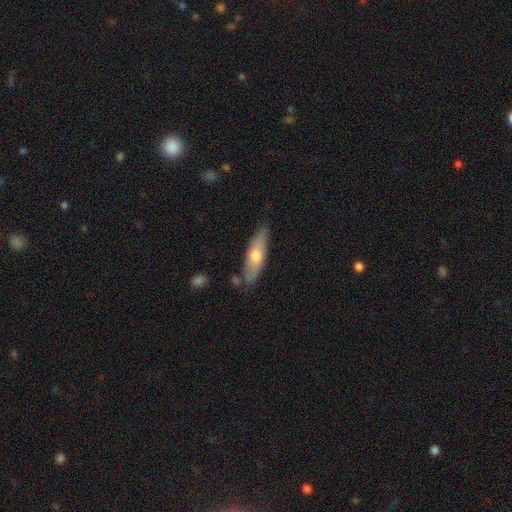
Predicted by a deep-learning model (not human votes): smooth-or-featured: smooth: 52% | featured or disk: 43% | star or artifact: 6%
  how-rounded: cigar-shaped: 58% | in between: 40% | round: 2%
  merging: none: 78% | minor disturbance: 16% | merger: 3% | major disturbance: 3%